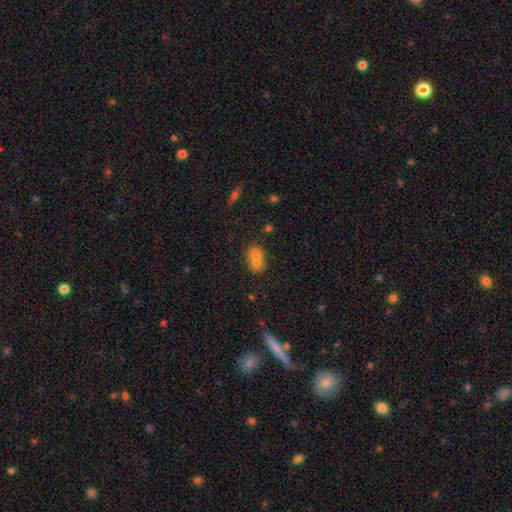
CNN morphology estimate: Overall: smooth (67%). How rounded: in between (57%; round 41%). Merging: merger (50%; none 38%).